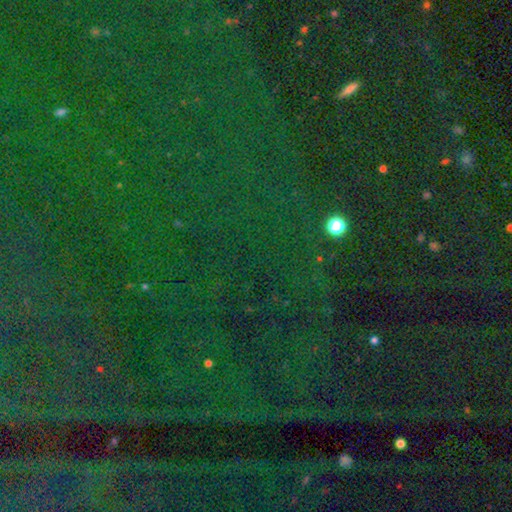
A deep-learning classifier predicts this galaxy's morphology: A star or artifact, not a galaxy (82%).